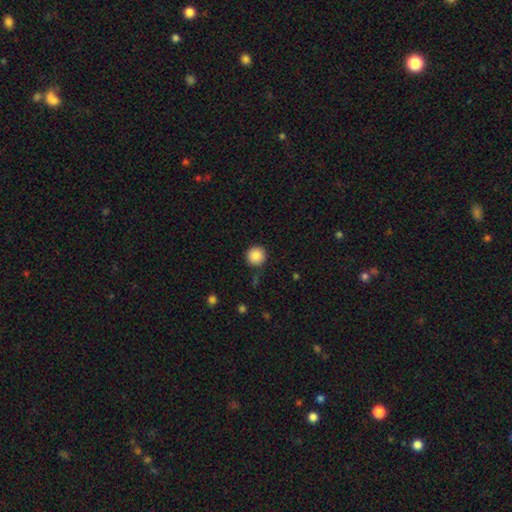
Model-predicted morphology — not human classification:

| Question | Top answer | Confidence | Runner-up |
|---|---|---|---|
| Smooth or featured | smooth | 87% | star or artifact (9%) |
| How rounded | round | 95% | in between (4%) |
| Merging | none | 87% | minor disturbance (9%) |